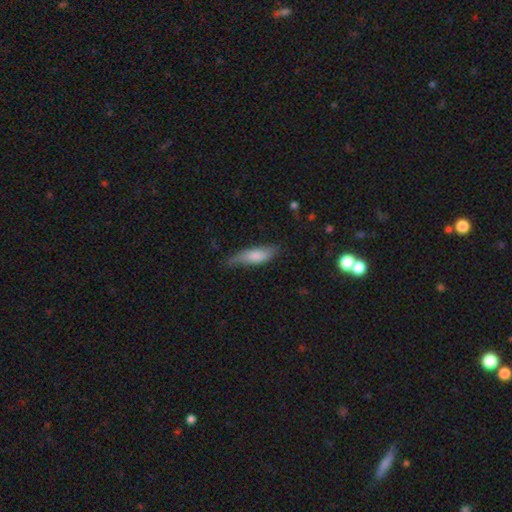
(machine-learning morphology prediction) The model was most divided on "how rounded": in between: 54%, cigar-shaped: 44%, round: 2%. More confident: smooth or featured — smooth (77%); merging — none (54%).